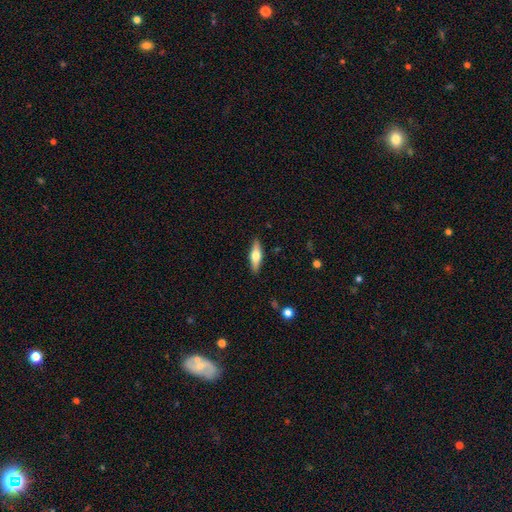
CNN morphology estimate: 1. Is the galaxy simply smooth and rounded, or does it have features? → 48% smooth, 46% featured or disk, 6% star or artifact.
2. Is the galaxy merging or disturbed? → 89% none, 8% minor disturbance, 2% major disturbance, 1% merger.